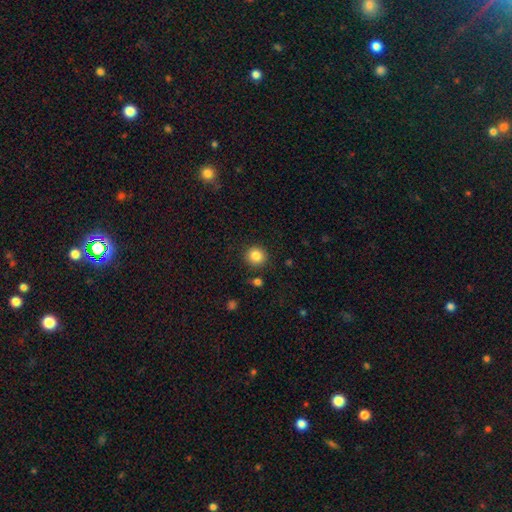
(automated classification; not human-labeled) This is clearly a smooth galaxy (85%). How rounded: clearly round (92%). Merging: clearly none (88%).